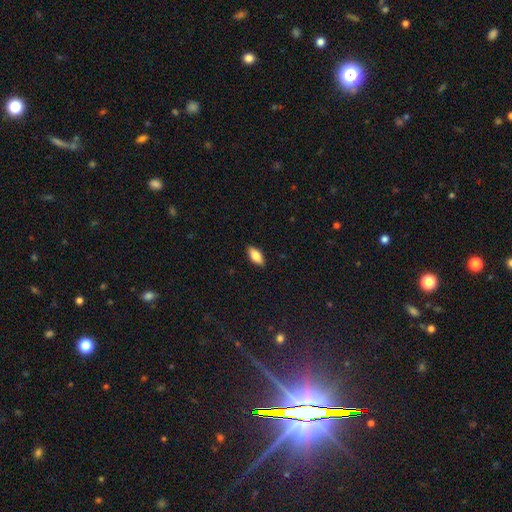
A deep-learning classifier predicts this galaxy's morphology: smooth 80%, featured or disk 13%, star or artifact 7%. Down the decision tree: how rounded — in between (87%); merging — none (89%).